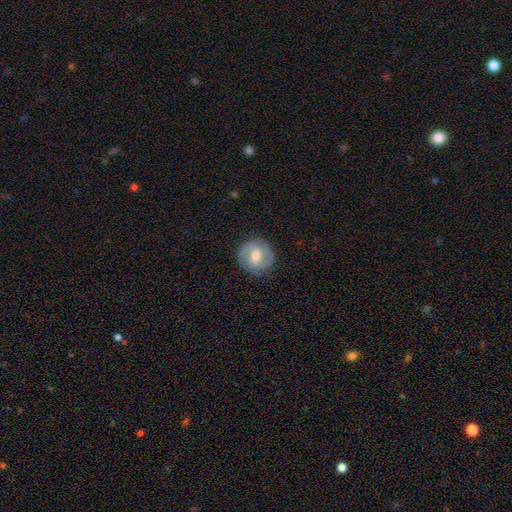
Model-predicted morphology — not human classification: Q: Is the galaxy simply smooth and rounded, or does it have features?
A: featured or disk — 79%.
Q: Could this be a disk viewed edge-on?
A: no — 98%.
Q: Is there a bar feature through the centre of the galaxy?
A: weak — 55%.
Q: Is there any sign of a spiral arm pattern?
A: yes — 94%.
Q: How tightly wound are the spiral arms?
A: medium — 52%.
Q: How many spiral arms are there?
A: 2 — 90%.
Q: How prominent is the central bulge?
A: moderate — 57%.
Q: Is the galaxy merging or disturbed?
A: none — 86%.